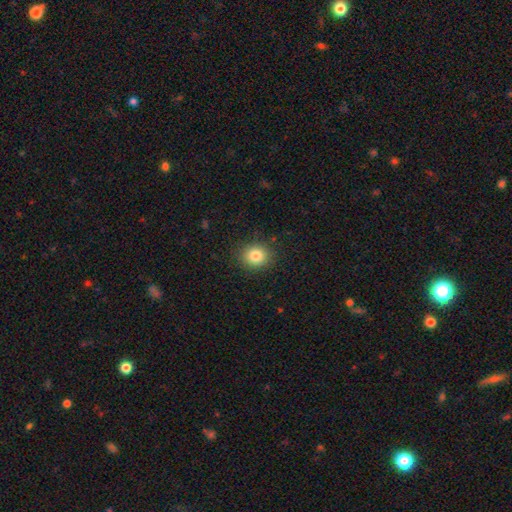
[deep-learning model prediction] smooth_or_featured: smooth (p=0.82) [alt: star or artifact p=0.11]
how_rounded: round (p=0.79) [alt: in between p=0.20]
merging: none (p=0.89) [alt: minor disturbance p=0.07]